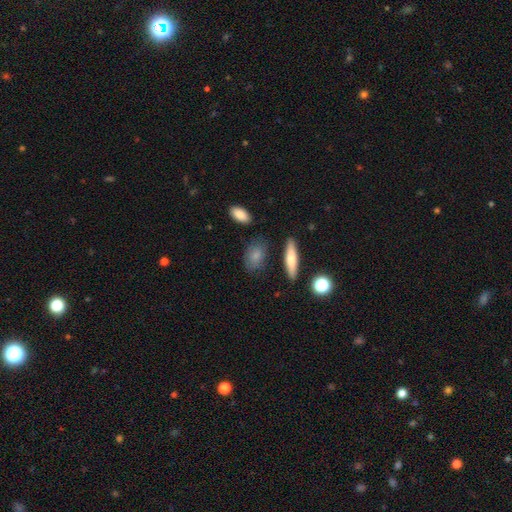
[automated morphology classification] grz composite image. It shows a smooth galaxy with no disk features (79%) that is in between round and cigar-shaped (76%). Merging: none (76%).